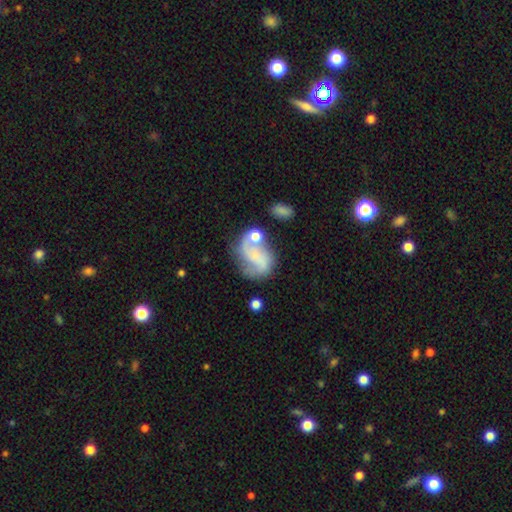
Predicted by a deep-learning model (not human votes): Smooth or featured? Predicted: featured or disk (p=0.67). Edge-on disk? Predicted: no (p=0.97). Bar? Predicted: no (p=0.57). Spiral arms? Predicted: yes (p=0.84). Spiral winding? Predicted: loose (p=0.49). Spiral arm count? Predicted: 2 (p=0.85). Bulge size? Predicted: small (p=0.52). Merging? Predicted: none (p=0.45).